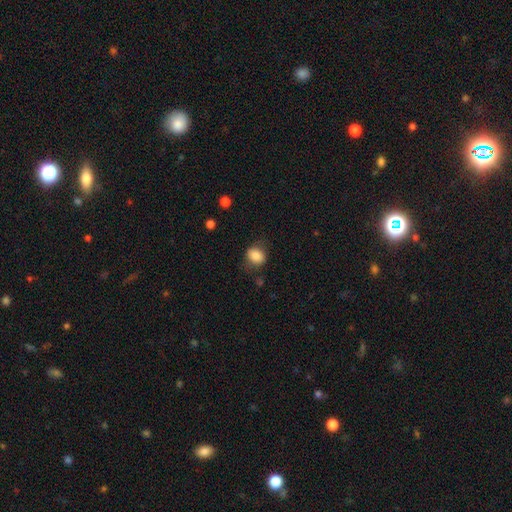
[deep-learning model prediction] Q: Smooth or featured?
A: smooth (84%); runner-up: star or artifact (8%)
Q: How rounded?
A: in between (51%); runner-up: round (48%)
Q: Merging?
A: none (70%); runner-up: minor disturbance (20%)